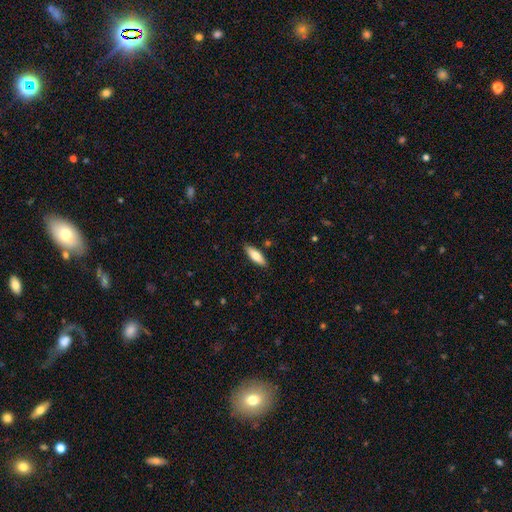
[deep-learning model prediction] Overall: smooth (74%). How rounded: in between (52%; cigar-shaped 47%). Merging: none (88%).